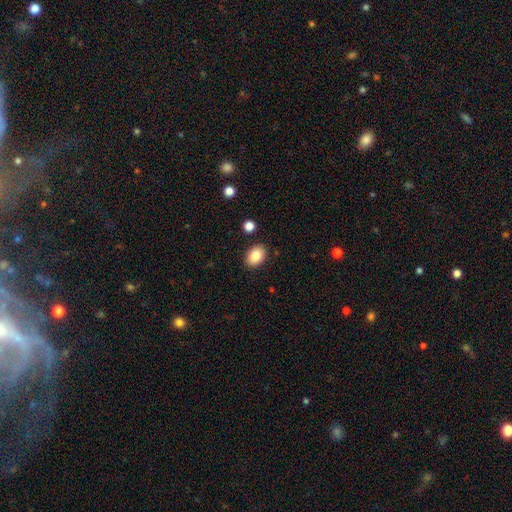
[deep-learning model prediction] Smooth or featured? smooth (85%)
How rounded? in between (75%)
Merging? none (88%)